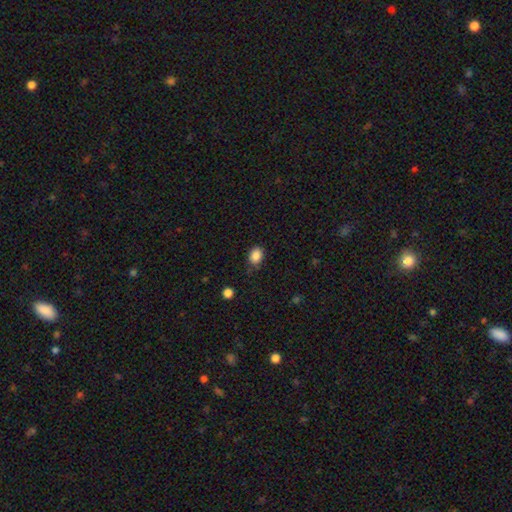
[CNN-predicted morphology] type=smooth (87%); roundness=in between (65%); merging=none (75%).